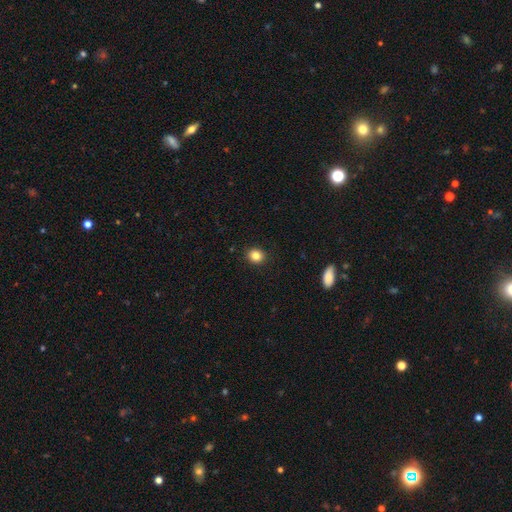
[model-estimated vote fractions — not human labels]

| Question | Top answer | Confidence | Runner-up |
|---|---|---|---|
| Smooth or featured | smooth | 84% | star or artifact (11%) |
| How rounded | round | 76% | in between (23%) |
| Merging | none | 92% | minor disturbance (6%) |